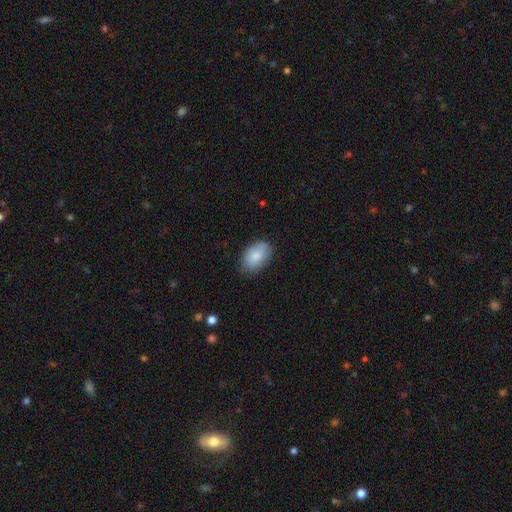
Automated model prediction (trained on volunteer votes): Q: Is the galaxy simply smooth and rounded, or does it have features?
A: smooth — 84%.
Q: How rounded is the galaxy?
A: in between — 90%.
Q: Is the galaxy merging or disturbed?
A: none — 77%.